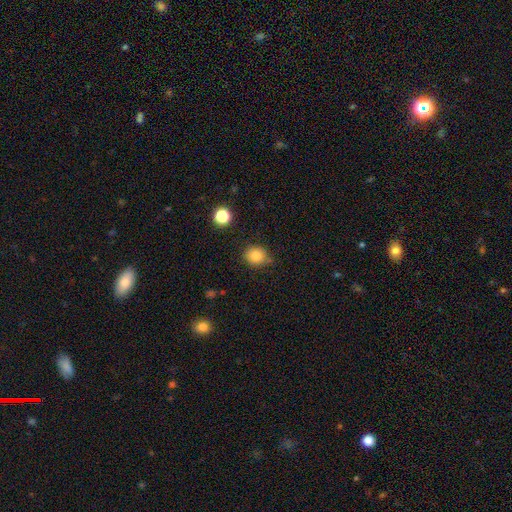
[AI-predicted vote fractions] A smooth galaxy with no disk features (84%) that is round (78%).

Vote fractions:
- Smooth or featured? smooth: 84% / star or artifact: 11% / featured or disk: 5%
- How rounded? round: 78% / in between: 21% / cigar-shaped: 1%
- Merging? none: 79% / minor disturbance: 14% / merger: 4% / major disturbance: 3%